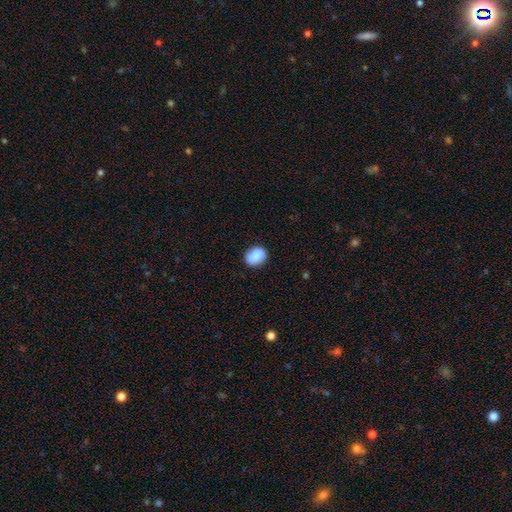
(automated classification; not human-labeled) Smooth or featured: smooth — 87% (star or artifact — 7%)
How rounded: round — 51% (in between — 48%)
Merging: none — 86% (minor disturbance — 11%)